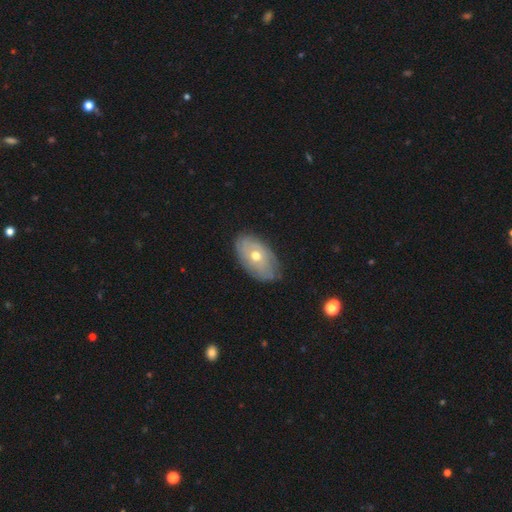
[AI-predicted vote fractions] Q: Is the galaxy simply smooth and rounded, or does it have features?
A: featured or disk — 63%.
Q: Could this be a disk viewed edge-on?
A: no — 92%.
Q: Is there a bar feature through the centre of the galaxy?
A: no — 86%.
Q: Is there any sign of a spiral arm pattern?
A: yes — 62%.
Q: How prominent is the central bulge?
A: moderate — 72%.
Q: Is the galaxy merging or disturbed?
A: none — 77%.